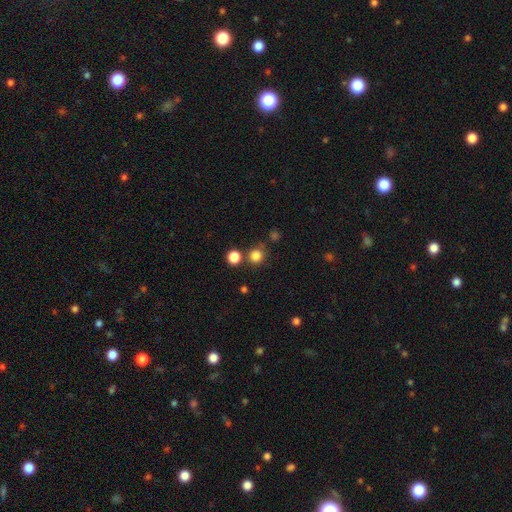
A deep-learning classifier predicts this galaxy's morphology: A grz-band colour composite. It shows a smooth galaxy with no disk features (81%) that is round (92%). Merging: none (75%).